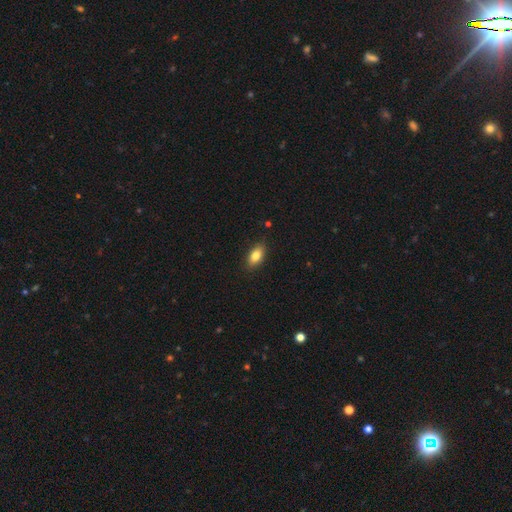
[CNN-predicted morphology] smooth-or-featured: smooth: 82% | featured or disk: 10% | star or artifact: 8%
  how-rounded: in between: 88% | cigar-shaped: 7% | round: 5%
  merging: none: 86% | minor disturbance: 11% | major disturbance: 2% | merger: 1%